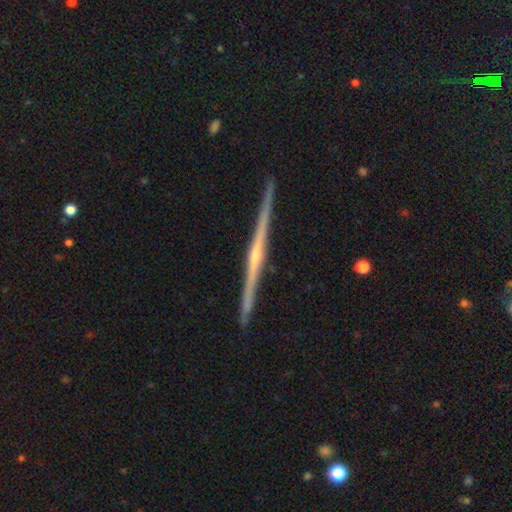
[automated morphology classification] Q: Smooth or featured?
A: featured or disk (87%); runner-up: smooth (8%)
Q: Edge-on disk?
A: yes (99%); runner-up: no (1%)
Q: Edge-on bulge?
A: rounded (74%); runner-up: none (19%)
Q: Merging?
A: none (92%); runner-up: minor disturbance (5%)